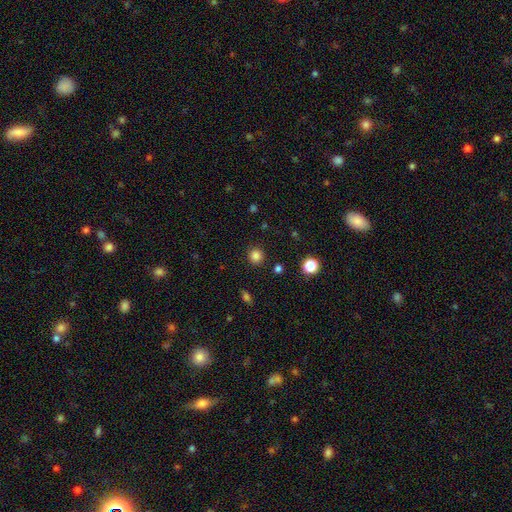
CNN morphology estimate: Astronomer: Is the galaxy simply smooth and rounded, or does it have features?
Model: smooth — 83%.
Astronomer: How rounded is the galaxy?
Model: round — 93%.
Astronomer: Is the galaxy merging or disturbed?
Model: none — 90%.